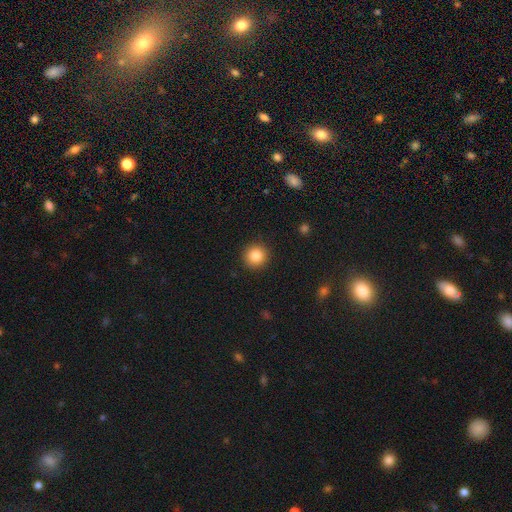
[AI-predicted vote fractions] This is clearly a smooth galaxy (85%). How rounded: clearly round (94%). Merging: clearly none (92%).